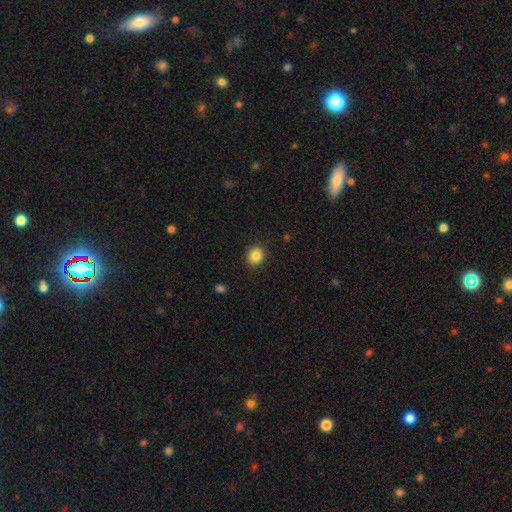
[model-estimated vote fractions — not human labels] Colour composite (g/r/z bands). It shows a smooth galaxy with no disk features (86%) that is round (74%). Merging: none (89%).